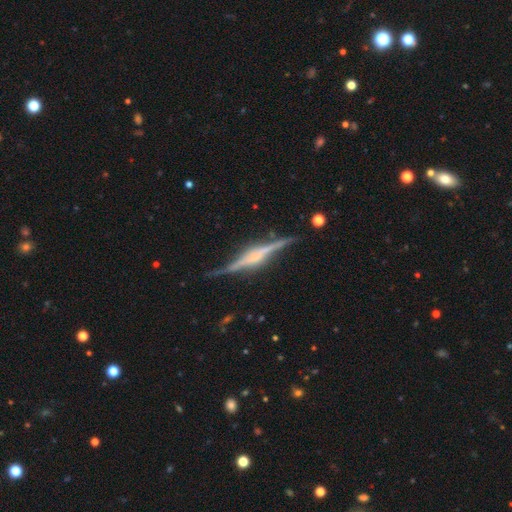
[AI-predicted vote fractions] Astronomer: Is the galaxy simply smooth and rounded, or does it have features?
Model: featured or disk — 86%.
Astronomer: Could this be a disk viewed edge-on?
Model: yes — 97%.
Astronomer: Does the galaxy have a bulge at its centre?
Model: rounded — 55% (runner-up: boxy, 34%).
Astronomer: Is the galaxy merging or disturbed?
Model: none — 82%.